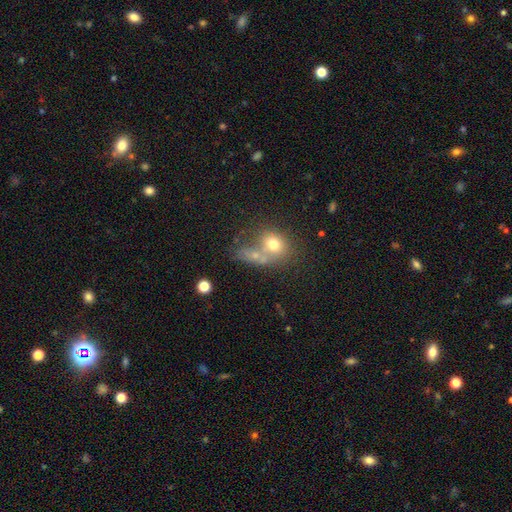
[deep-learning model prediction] Overall: smooth (63%). How rounded: round (54%; in between 43%). Merging: merger (49%; none 30%).